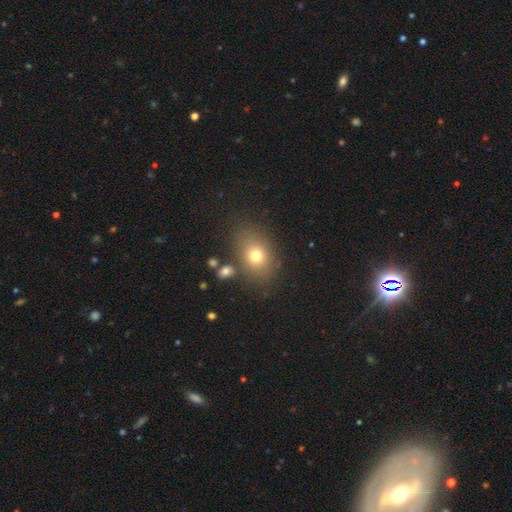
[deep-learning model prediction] smooth_or_featured: smooth (p=0.73) [alt: star or artifact p=0.14]
how_rounded: in between (p=0.64) [alt: round p=0.34]
merging: none (p=0.76) [alt: minor disturbance p=0.13]